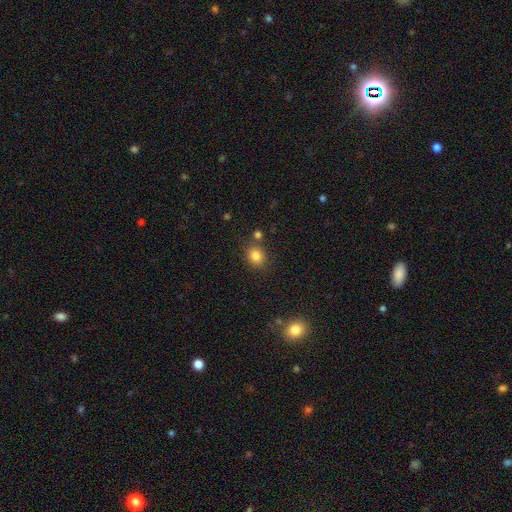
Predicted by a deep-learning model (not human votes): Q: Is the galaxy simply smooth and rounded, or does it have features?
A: smooth — 82%.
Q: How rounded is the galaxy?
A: round — 62%.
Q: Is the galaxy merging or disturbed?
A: none — 75%.